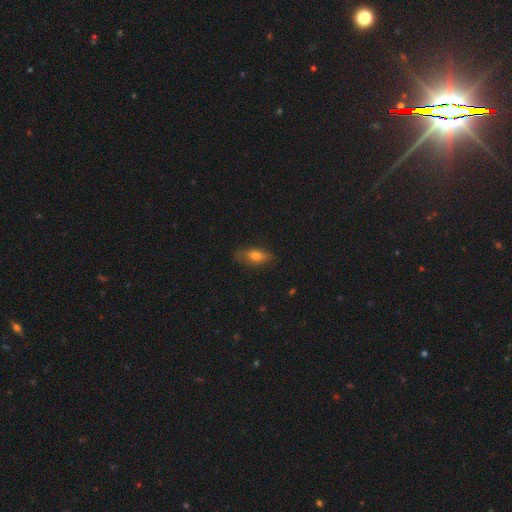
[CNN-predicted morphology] This is likely a smooth galaxy (71%). How rounded: clearly in between (80%). Merging: likely none (71%).